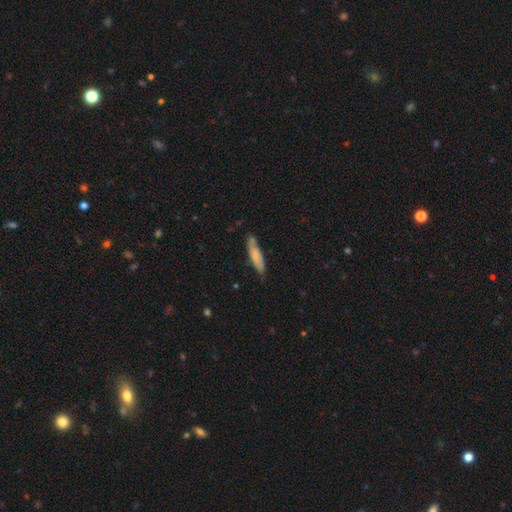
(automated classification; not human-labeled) Smooth or featured? smooth (70%)
How rounded? cigar-shaped (78%)
Merging? none (66%)